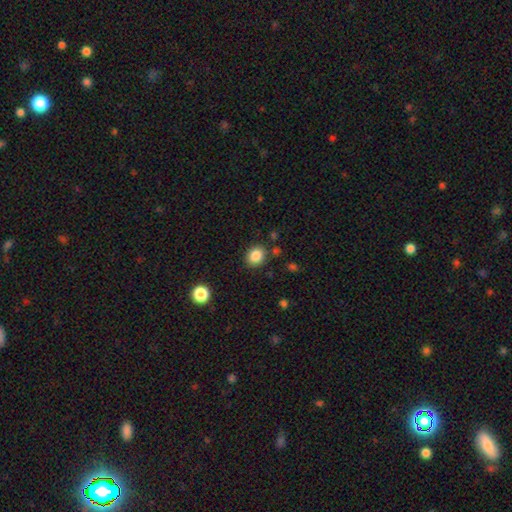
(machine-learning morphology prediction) A smooth galaxy with no disk features (85%) that is round (63%).

Vote fractions:
- Smooth or featured? smooth: 85% / star or artifact: 10% / featured or disk: 5%
- How rounded? round: 63% / in between: 36% / cigar-shaped: 1%
- Merging? none: 85% / minor disturbance: 9% / merger: 3% / major disturbance: 3%